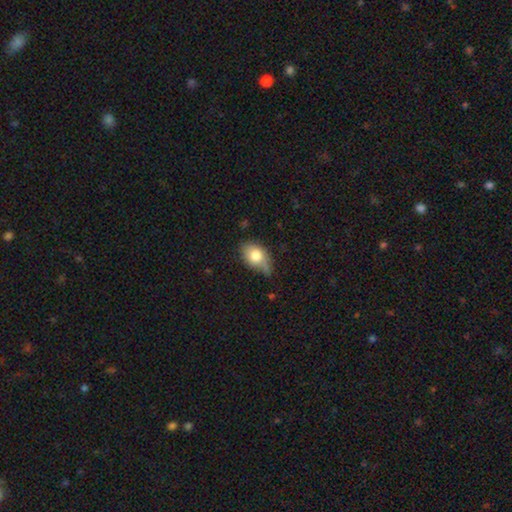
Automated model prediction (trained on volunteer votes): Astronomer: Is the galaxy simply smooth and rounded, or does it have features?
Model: smooth — 78%.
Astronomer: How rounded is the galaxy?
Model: in between — 79%.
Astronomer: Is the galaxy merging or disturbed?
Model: none — 45% (runner-up: minor disturbance, 40%).